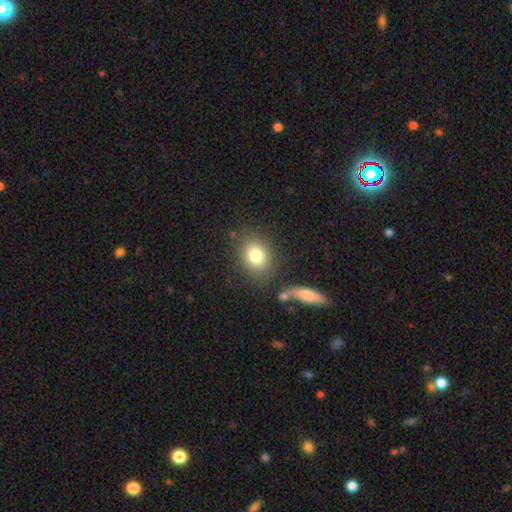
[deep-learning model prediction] smooth-or-featured: smooth: 80% | star or artifact: 10% | featured or disk: 10%
  how-rounded: round: 55% | in between: 44% | cigar-shaped: 1%
  merging: none: 77% | minor disturbance: 11% | merger: 7% | major disturbance: 5%